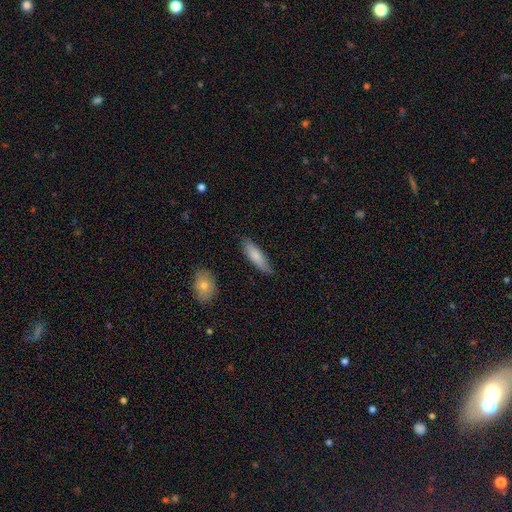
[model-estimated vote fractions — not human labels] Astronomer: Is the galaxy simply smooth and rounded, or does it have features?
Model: smooth — 79%.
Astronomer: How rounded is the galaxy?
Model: cigar-shaped — 59% (runner-up: in between, 39%).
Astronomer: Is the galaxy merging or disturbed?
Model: none — 78%.